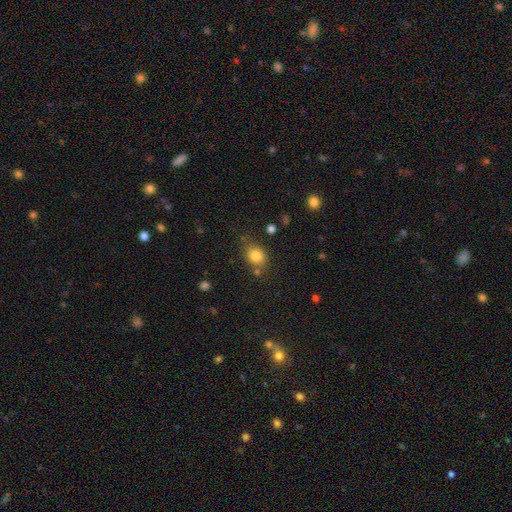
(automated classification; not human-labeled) This is clearly a smooth galaxy (81%). How rounded: possibly round (59%). Merging: likely none (70%).